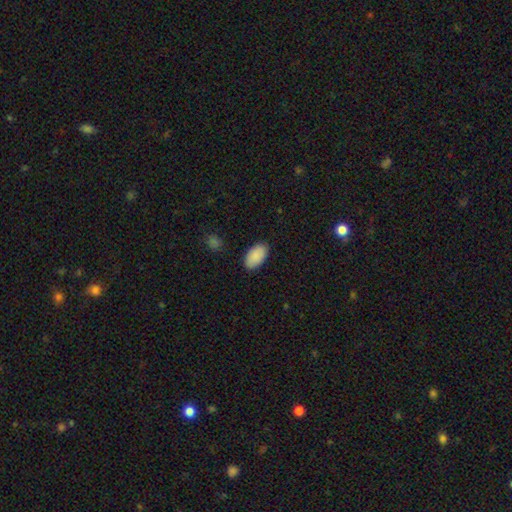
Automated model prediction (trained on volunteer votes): This is clearly a smooth galaxy (90%). How rounded: clearly in between (95%). Merging: clearly none (87%).